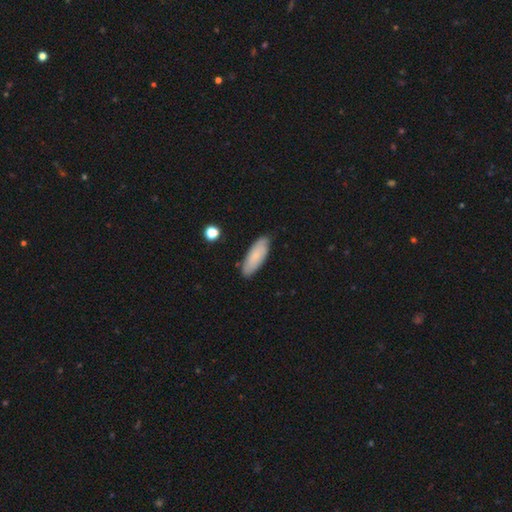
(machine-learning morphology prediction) smooth-or-featured: smooth: 76% | featured or disk: 17% | star or artifact: 7%
  how-rounded: in between: 68% | cigar-shaped: 30% | round: 2%
  merging: none: 83% | minor disturbance: 13% | major disturbance: 2% | merger: 2%